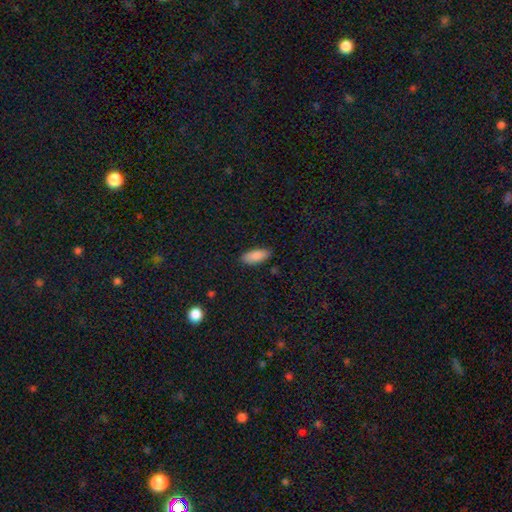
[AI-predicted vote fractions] A smooth galaxy with no disk features (88%) that is in between round and cigar-shaped (84%).

Vote fractions:
- Smooth or featured? smooth: 88% / star or artifact: 7% / featured or disk: 5%
- How rounded? in between: 84% / cigar-shaped: 14% / round: 2%
- Merging? none: 86% / minor disturbance: 11% / major disturbance: 2% / merger: 1%